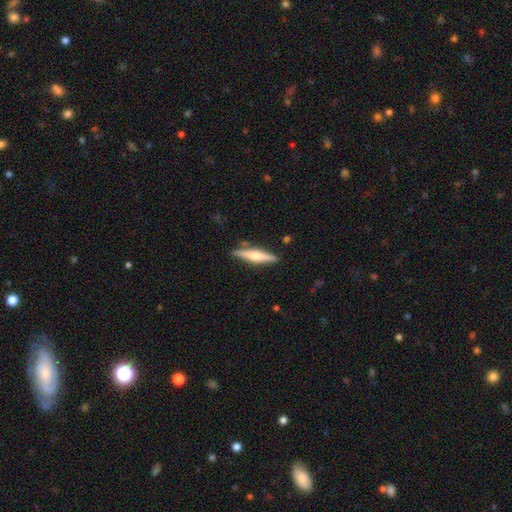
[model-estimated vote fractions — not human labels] Morphology: type=featured or disk (56%); edge-on=yes (97%); edge-on bulge=rounded (79%); merging=none (84%).